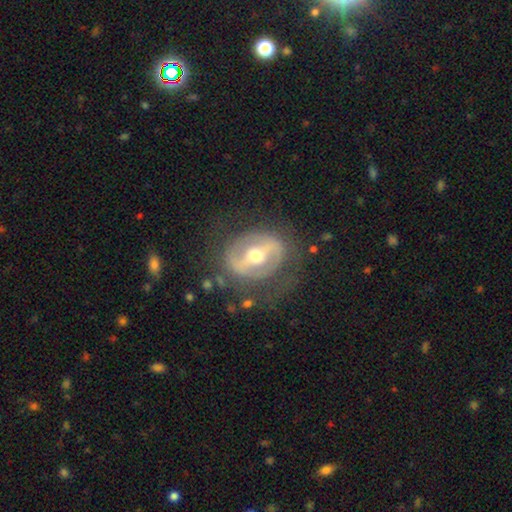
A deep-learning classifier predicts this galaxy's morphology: smooth-or-featured: featured or disk: 77% | smooth: 17% | star or artifact: 6%
  disk-edge-on: no: 93% | yes: 7%
    bar: strong: 64% | weak: 24% | no: 12%
    has-spiral-arms: no: 61% | yes: 39%
    bulge-size: moderate: 73% | small: 19% | large: 6% | dominant: 1% | none: 1%
  merging: none: 70% | minor disturbance: 16% | major disturbance: 12% | merger: 2%